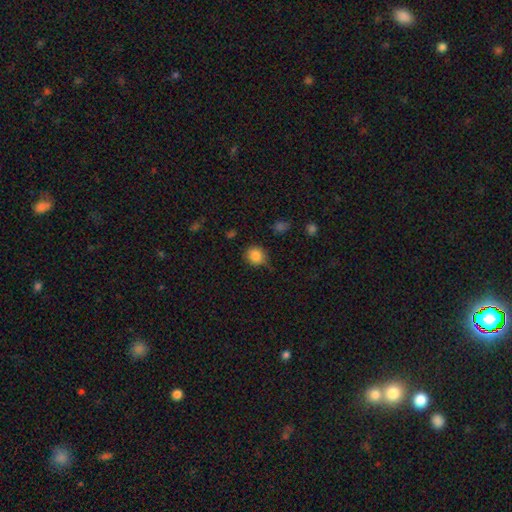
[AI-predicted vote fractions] smooth-or-featured: smooth: 85% | star or artifact: 10% | featured or disk: 5%
  how-rounded: round: 84% | in between: 15% | cigar-shaped: 1%
  merging: none: 76% | minor disturbance: 18% | major disturbance: 4% | merger: 2%